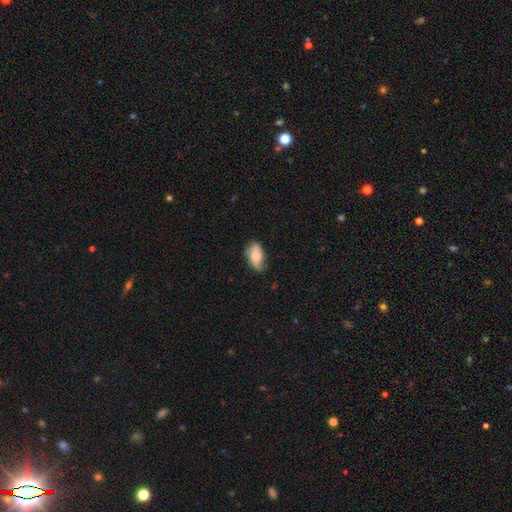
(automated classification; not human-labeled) Smooth or featured: smooth — 50% (featured or disk — 42%)
How rounded: in between — 90% (round — 6%)
Merging: none — 60% (minor disturbance — 28%)